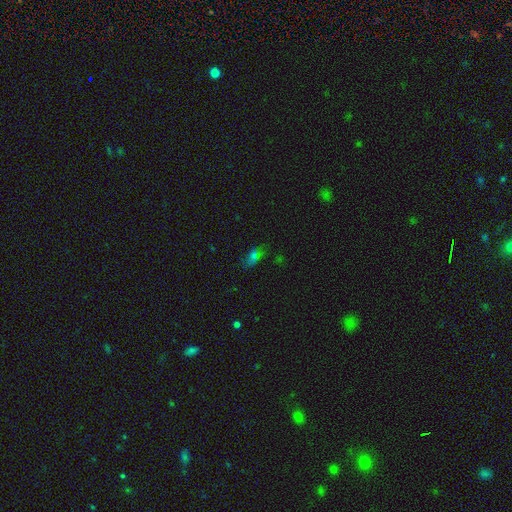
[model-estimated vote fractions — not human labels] This is possibly a smooth galaxy (53%). How rounded: clearly in between (81%). Merging: possibly none (57%).